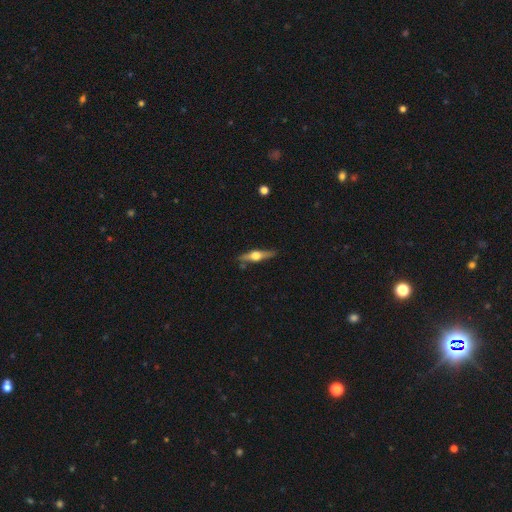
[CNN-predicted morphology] type=featured or disk (69%); edge-on=yes (96%); edge-on bulge=rounded (94%); merging=none (84%).